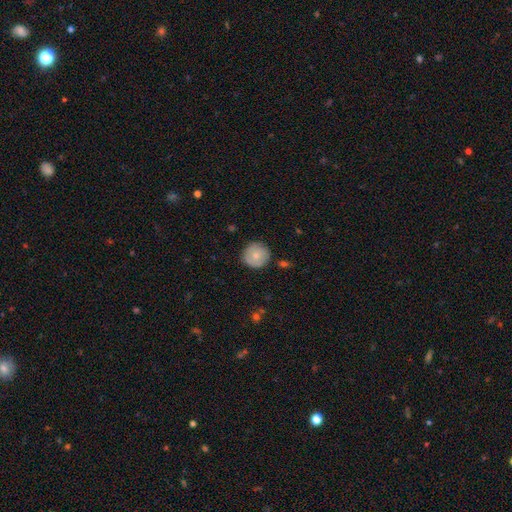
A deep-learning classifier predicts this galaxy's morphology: type=smooth (72%); roundness=round (94%); merging=none (84%).